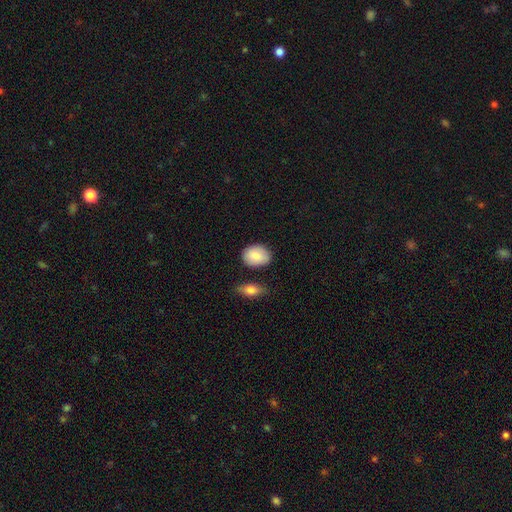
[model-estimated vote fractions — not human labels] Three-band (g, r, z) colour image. It shows a smooth galaxy with no disk features (83%) that is in between round and cigar-shaped (65%). Merging: none (78%).